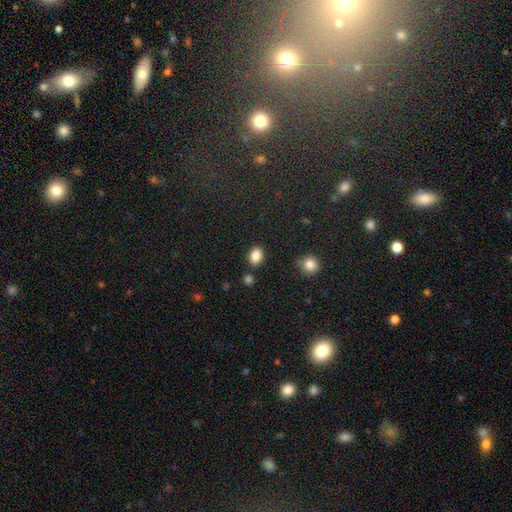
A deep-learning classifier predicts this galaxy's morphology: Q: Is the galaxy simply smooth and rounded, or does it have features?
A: smooth — 86%.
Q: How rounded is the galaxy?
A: in between — 75%.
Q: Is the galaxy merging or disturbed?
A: none — 82%.